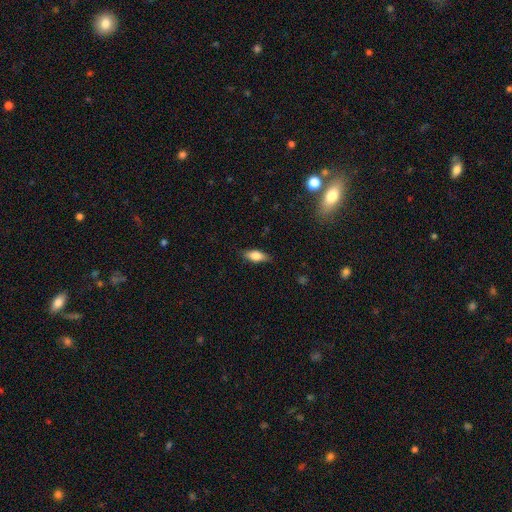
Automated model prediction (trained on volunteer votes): Morphology: type=smooth (76%); roundness=in between (80%); merging=none (81%).